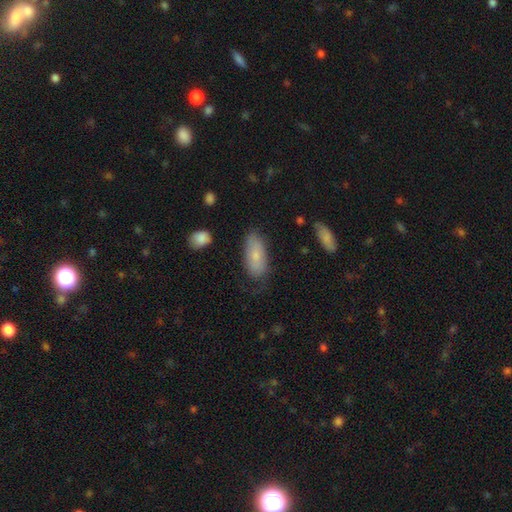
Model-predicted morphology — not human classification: Smooth or featured? smooth (72%)
How rounded? in between (87%)
Merging? none (63%)